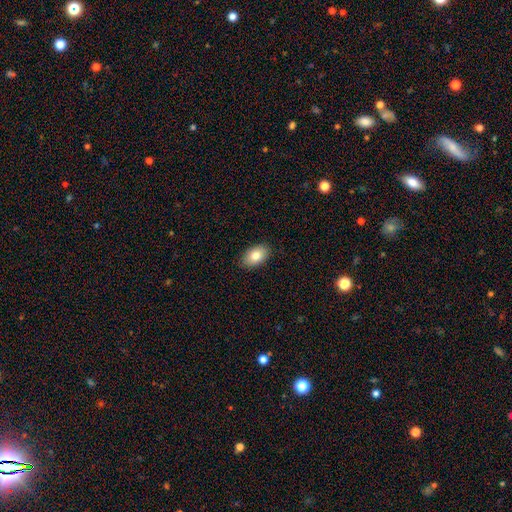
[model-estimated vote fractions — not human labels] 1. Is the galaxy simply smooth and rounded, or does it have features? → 81% smooth, 11% featured or disk, 7% star or artifact.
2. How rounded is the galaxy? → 91% in between, 7% round, 1% cigar-shaped.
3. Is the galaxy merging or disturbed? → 88% none, 9% minor disturbance, 2% major disturbance, 1% merger.